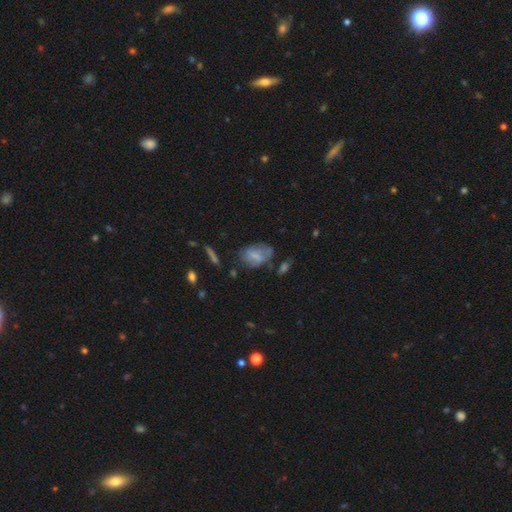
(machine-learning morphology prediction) A smooth galaxy with no disk features (63%) that is in between round and cigar-shaped (85%). Merging: none (48%).